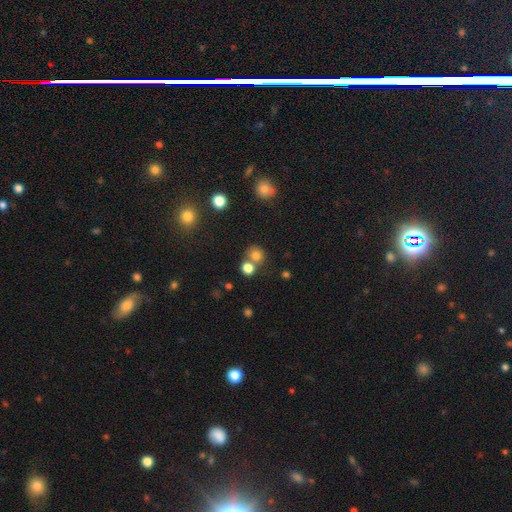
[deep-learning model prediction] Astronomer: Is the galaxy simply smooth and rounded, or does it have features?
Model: smooth — 76%.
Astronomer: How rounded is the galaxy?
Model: round — 85%.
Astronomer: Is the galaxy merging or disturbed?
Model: none — 59%.